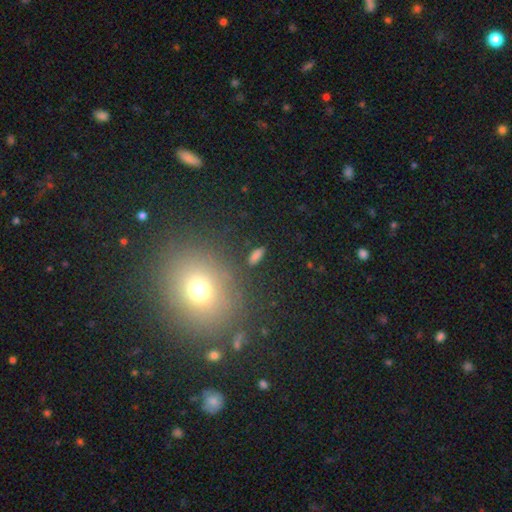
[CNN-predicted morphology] Q: Smooth or featured?
A: smooth (74%); runner-up: star or artifact (17%)
Q: How rounded?
A: in between (64%); runner-up: cigar-shaped (26%)
Q: Merging?
A: none (86%); runner-up: minor disturbance (8%)